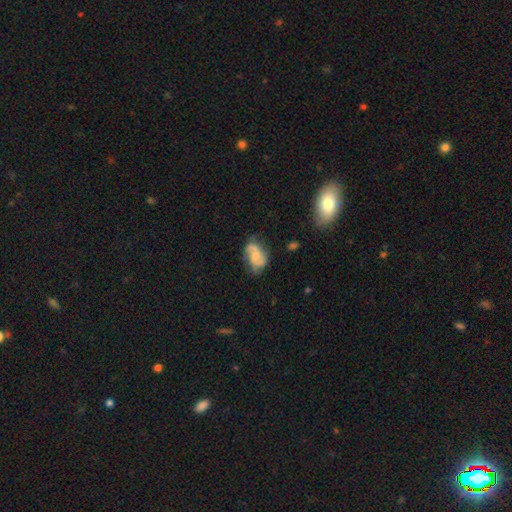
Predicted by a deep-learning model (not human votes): This appears to be a featured or disk galaxy (70%) with no bar (54%), 2 (81%) medium (44%) spiral arms (92%) and a small central bulge (44%). Merging: none (57%).